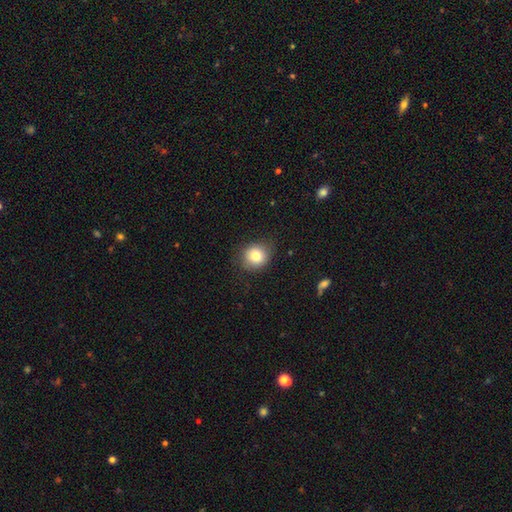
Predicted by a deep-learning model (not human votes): A smooth galaxy with no disk features (80%) that is round (81%).

Vote fractions:
- Smooth or featured? smooth: 80% / star or artifact: 10% / featured or disk: 10%
- How rounded? round: 81% / in between: 18% / cigar-shaped: 1%
- Merging? none: 83% / minor disturbance: 13% / major disturbance: 3% / merger: 1%